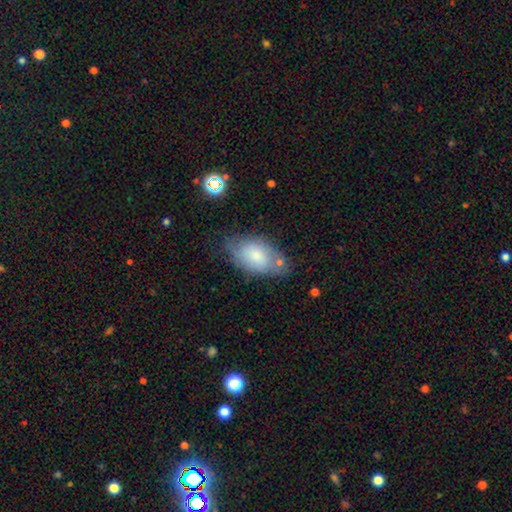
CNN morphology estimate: A smooth galaxy with no disk features (70%) that is in between round and cigar-shaped (92%). Merging: none (56%).